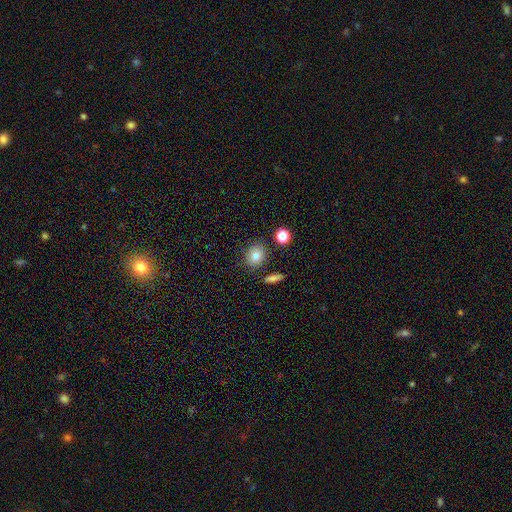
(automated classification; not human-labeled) A smooth galaxy with no disk features (81%) that is round (61%).

Vote fractions:
- Smooth or featured? smooth: 81% / star or artifact: 11% / featured or disk: 9%
- How rounded? round: 61% / in between: 38% / cigar-shaped: 1%
- Merging? none: 82% / minor disturbance: 10% / merger: 5% / major disturbance: 3%